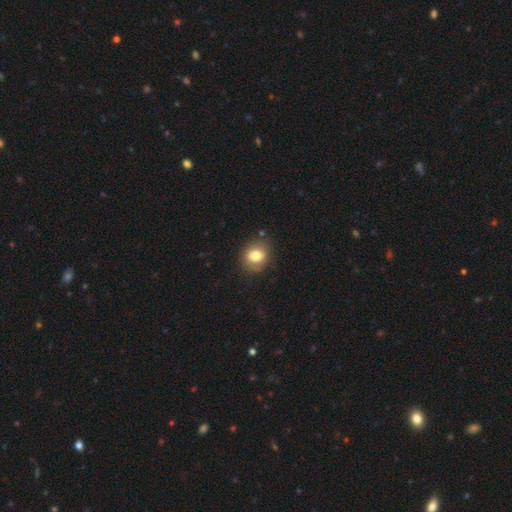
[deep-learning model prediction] Smooth or featured: smooth — 77% (featured or disk — 14%)
How rounded: round — 62% (in between — 37%)
Merging: none — 80% (minor disturbance — 14%)